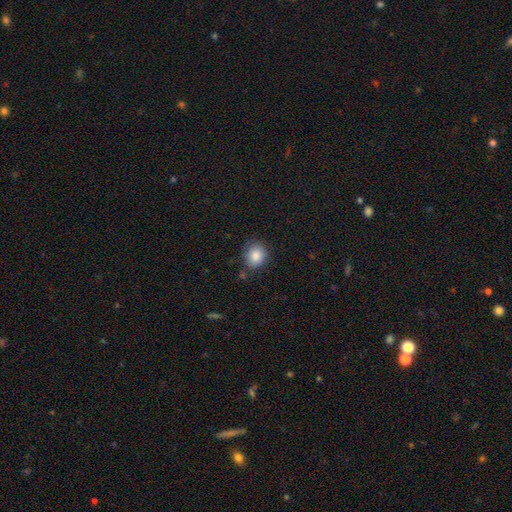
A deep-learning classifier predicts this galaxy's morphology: This is clearly a smooth galaxy (86%). How rounded: likely round (75%). Merging: likely none (79%).